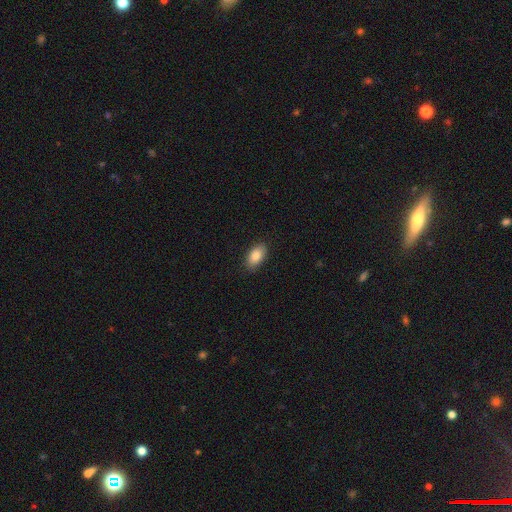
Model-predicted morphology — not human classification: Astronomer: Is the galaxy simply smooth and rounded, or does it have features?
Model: smooth — 85%.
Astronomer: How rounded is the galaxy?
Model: in between — 93%.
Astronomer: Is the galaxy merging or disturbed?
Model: none — 88%.